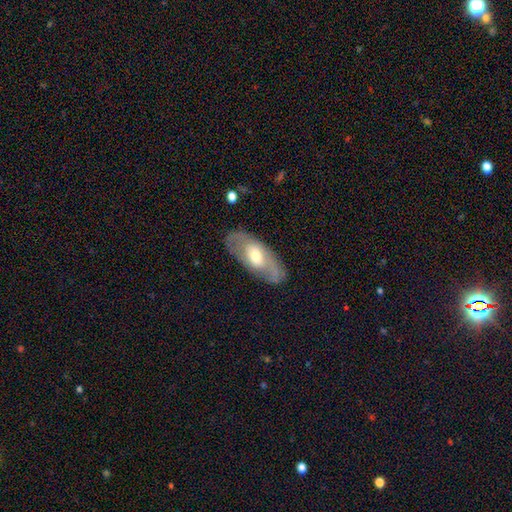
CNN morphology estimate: Smooth or featured?
  - featured or disk: 58% *
  - smooth: 36%
  - star or artifact: 6%
Edge-on disk?
  - no: 84% *
  - yes: 16%
Merging?
  - none: 79% *
  - minor disturbance: 14%
  - major disturbance: 5%
  - merger: 1%